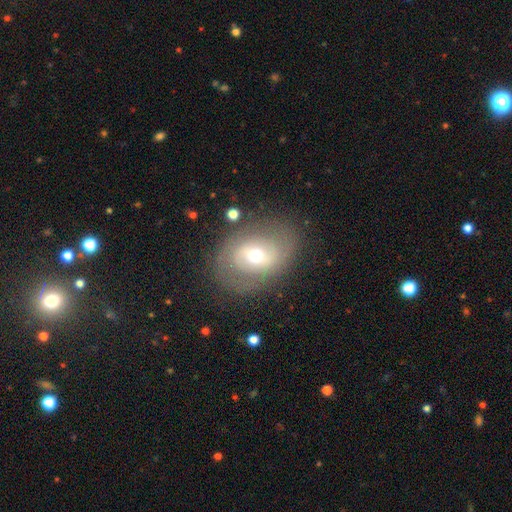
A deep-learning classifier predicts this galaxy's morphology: Smooth or featured? featured or disk (55%)
Edge-on disk? no (94%)
Bar? no (50%)
Spiral arms? no (52%)
Bulge size? moderate (58%)
Merging? none (76%)